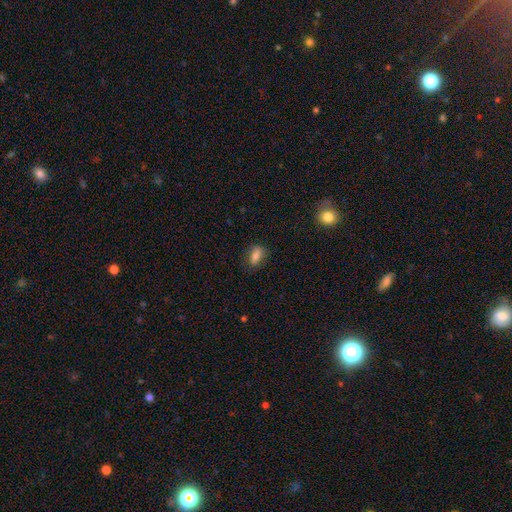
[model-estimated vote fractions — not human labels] Morphology: type=smooth (76%); roundness=in between (80%); merging=none (79%).